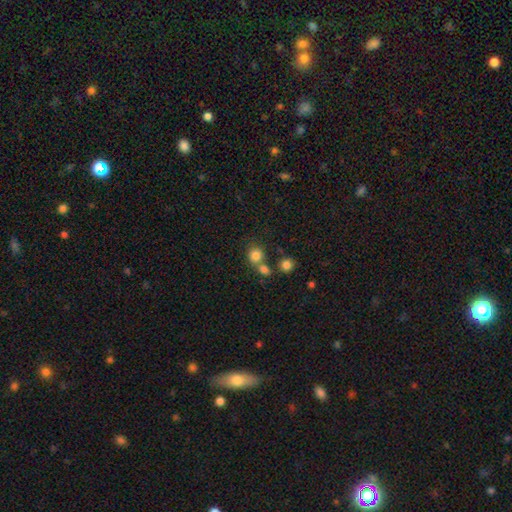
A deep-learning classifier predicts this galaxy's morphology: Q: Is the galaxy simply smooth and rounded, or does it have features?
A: smooth — 81%.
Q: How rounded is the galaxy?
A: round — 86%.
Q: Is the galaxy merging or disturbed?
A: none — 57%.